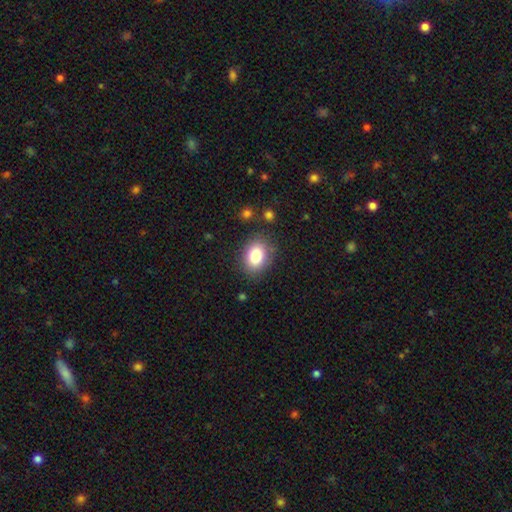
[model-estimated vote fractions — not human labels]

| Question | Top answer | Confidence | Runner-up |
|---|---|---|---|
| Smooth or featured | smooth | 84% | star or artifact (9%) |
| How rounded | in between | 69% | round (30%) |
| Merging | none | 81% | minor disturbance (12%) |